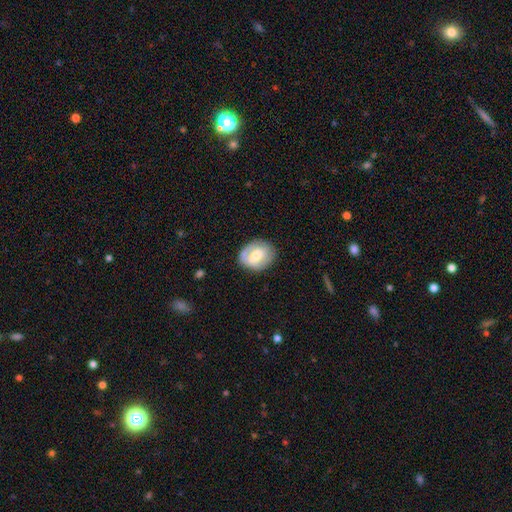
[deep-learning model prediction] This appears to be a featured or disk galaxy (47%). Merging: none (75%).